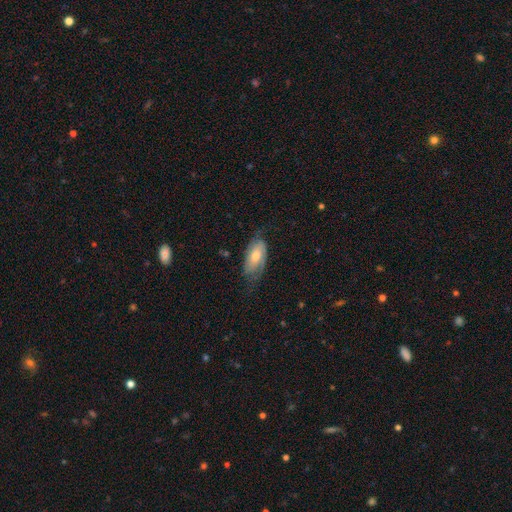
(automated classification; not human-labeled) Q: Smooth or featured?
A: smooth (50%); runner-up: featured or disk (43%)
Q: How rounded?
A: in between (90%); runner-up: cigar-shaped (7%)
Q: Merging?
A: none (59%); runner-up: minor disturbance (27%)